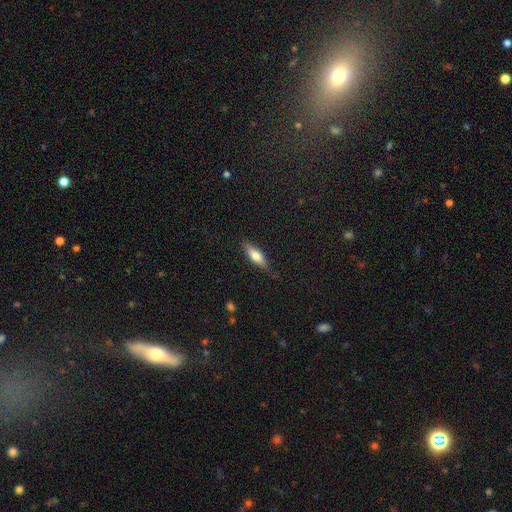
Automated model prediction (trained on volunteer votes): The model was most divided on "how rounded" (2-way tie): cigar-shaped: 49%, in between: 49%, round: 3%. More confident: merging — none (77%); smooth or featured — smooth (64%).